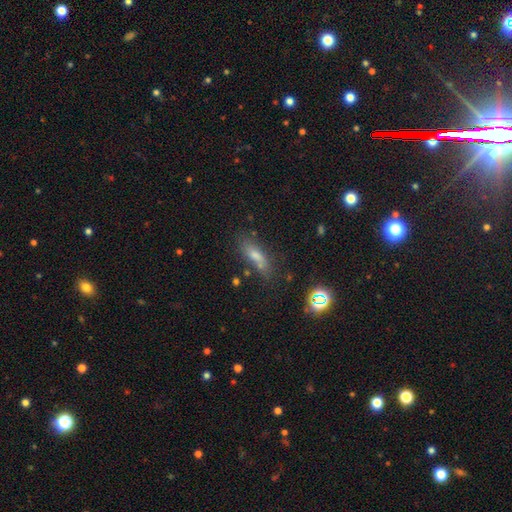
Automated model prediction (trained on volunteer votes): Morphology: type=smooth (60%); roundness=in between (48%); merging=none (61%).